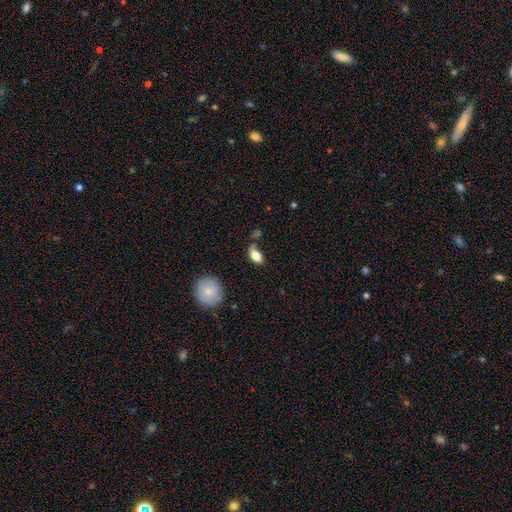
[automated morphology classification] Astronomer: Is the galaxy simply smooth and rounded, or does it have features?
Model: smooth — 80%.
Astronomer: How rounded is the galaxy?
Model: in between — 85%.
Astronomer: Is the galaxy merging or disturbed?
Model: none — 49% (runner-up: minor disturbance, 24%).